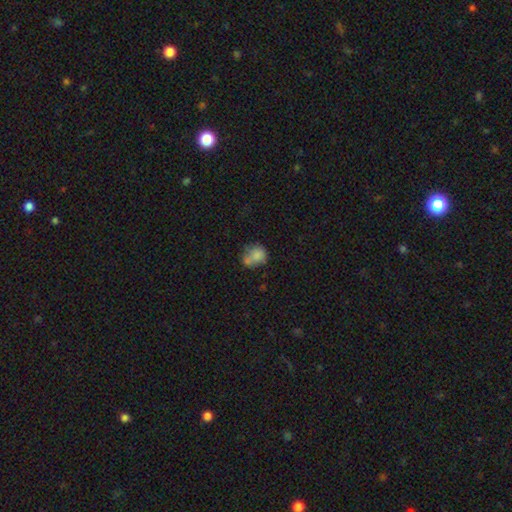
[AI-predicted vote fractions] smooth_or_featured: smooth (p=0.76) [alt: featured or disk p=0.14]
how_rounded: round (p=0.66) [alt: in between p=0.33]
merging: none (p=0.38) [alt: merger p=0.33]